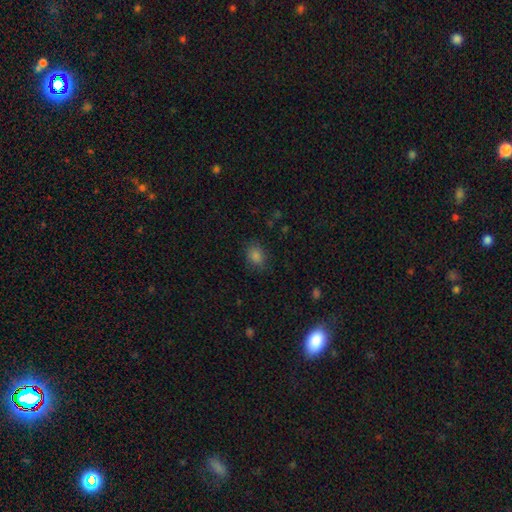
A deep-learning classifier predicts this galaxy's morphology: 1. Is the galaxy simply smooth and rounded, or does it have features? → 80% smooth, 14% star or artifact, 5% featured or disk.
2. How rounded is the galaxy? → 53% in between, 46% round, 1% cigar-shaped.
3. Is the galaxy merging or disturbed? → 82% none, 13% minor disturbance, 3% major disturbance, 1% merger.